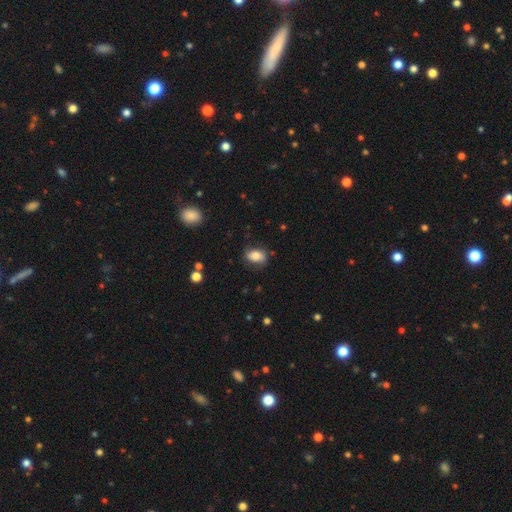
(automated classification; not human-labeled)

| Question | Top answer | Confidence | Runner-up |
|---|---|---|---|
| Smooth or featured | smooth | 69% | featured or disk (22%) |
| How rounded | in between | 81% | round (17%) |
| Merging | none | 72% | minor disturbance (20%) |